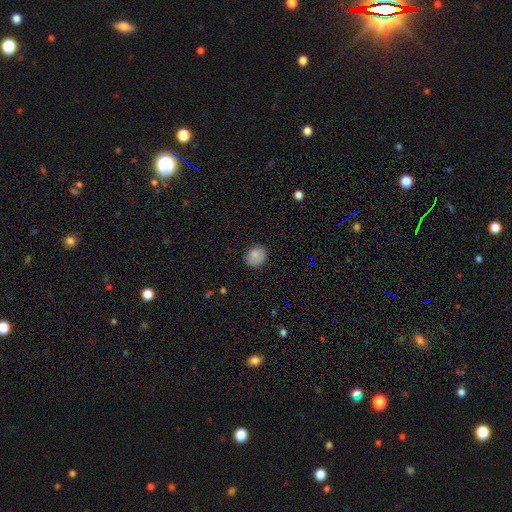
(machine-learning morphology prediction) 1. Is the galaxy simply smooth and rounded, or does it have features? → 84% smooth, 9% star or artifact, 7% featured or disk.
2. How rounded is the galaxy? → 81% round, 18% in between, 1% cigar-shaped.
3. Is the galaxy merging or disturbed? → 86% none, 11% minor disturbance, 2% major disturbance, 1% merger.